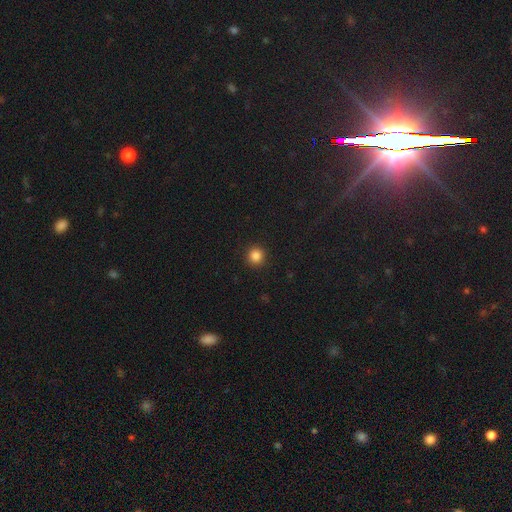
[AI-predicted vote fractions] This is clearly a smooth galaxy (85%). How rounded: clearly round (95%). Merging: clearly none (93%).